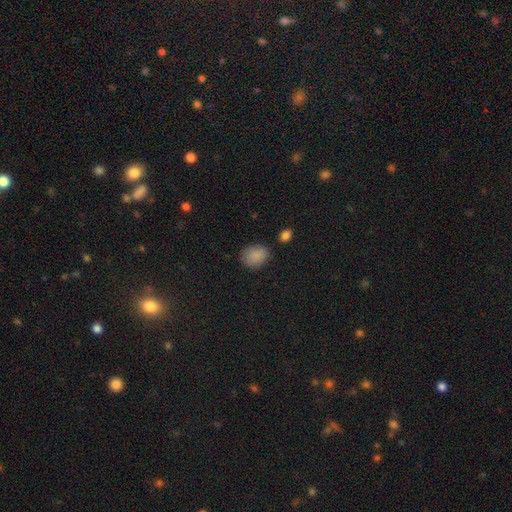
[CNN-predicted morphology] Overall: smooth (87%). How rounded: in between (55%; round 44%). Merging: none (74%).